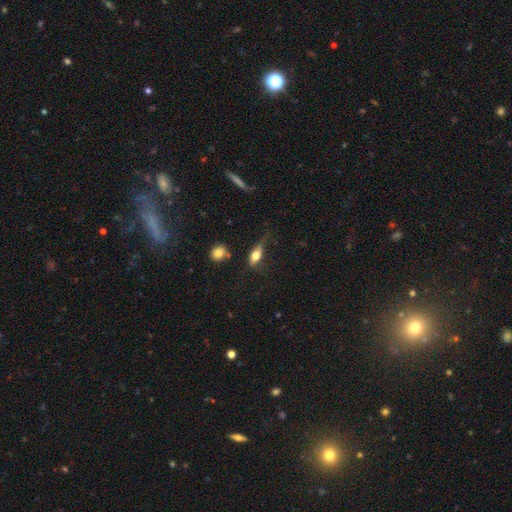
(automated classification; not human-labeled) Morphology: type=smooth (66%); roundness=in between (71%); merging=none (42%).